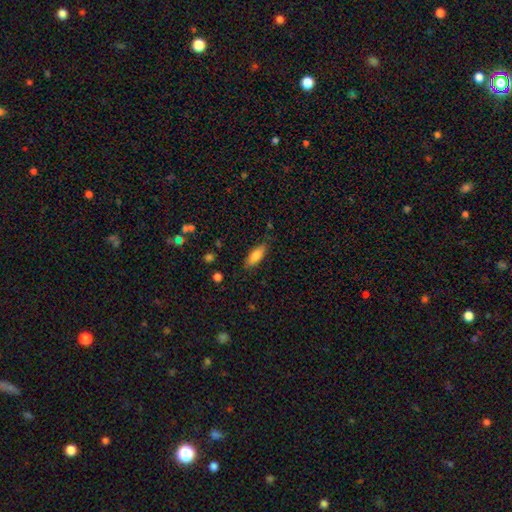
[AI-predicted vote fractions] Q: Smooth or featured?
A: smooth (83%); runner-up: featured or disk (11%)
Q: How rounded?
A: in between (68%); runner-up: cigar-shaped (30%)
Q: Merging?
A: none (83%); runner-up: minor disturbance (13%)